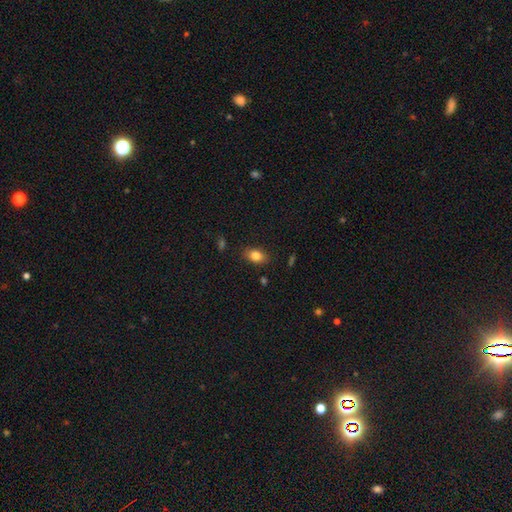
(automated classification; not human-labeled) smooth 82%, featured or disk 9%, star or artifact 9%. Down the decision tree: how rounded — in between (82%); merging — none (86%).